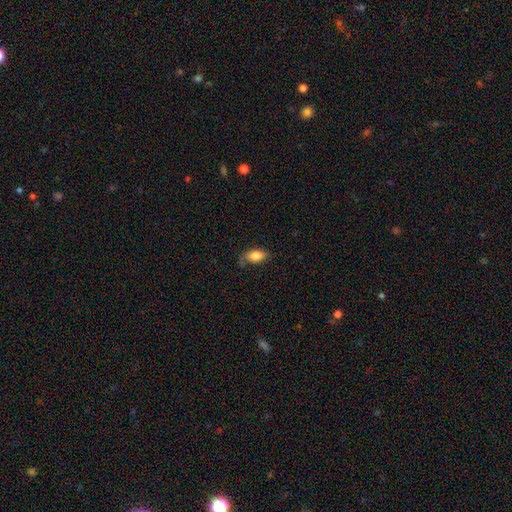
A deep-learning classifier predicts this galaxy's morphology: Smooth or featured: smooth — 79% (featured or disk — 14%)
How rounded: in between — 90% (cigar-shaped — 6%)
Merging: none — 60% (minor disturbance — 28%)